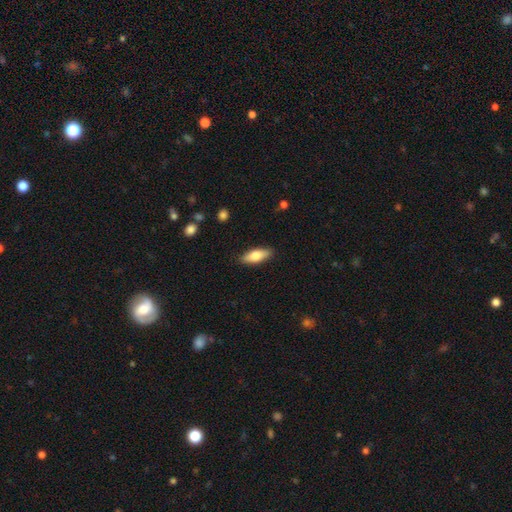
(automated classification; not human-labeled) Morphology: type=smooth (73%); roundness=in between (70%); merging=none (88%).